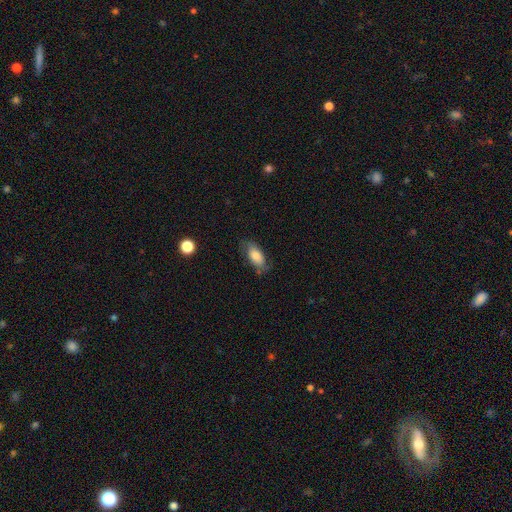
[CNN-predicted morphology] A smooth galaxy with no disk features (74%) that is in between round and cigar-shaped (87%). Merging: none (68%).